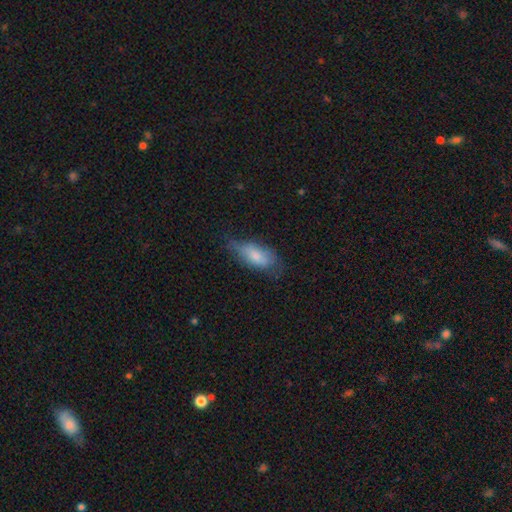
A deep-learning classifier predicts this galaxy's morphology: Smooth or featured: smooth — 72% (featured or disk — 21%)
How rounded: in between — 82% (cigar-shaped — 16%)
Merging: none — 48% (minor disturbance — 36%)